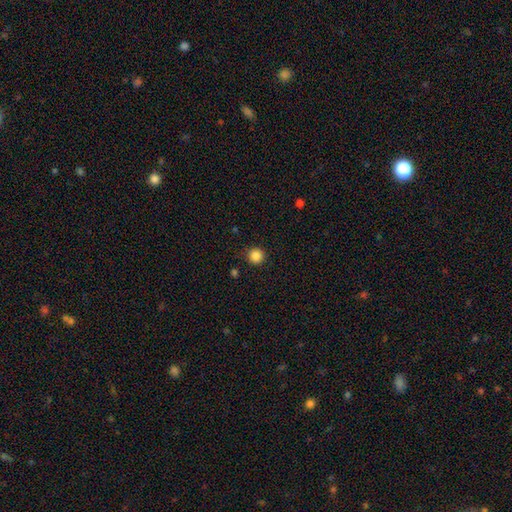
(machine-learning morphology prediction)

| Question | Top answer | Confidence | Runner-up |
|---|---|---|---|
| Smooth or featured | smooth | 86% | star or artifact (11%) |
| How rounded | round | 95% | in between (4%) |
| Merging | none | 90% | minor disturbance (7%) |